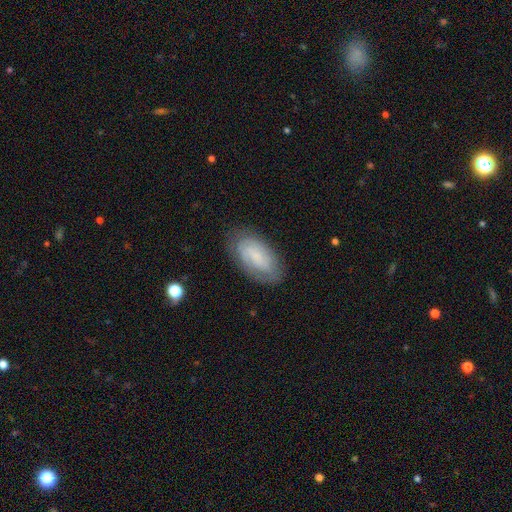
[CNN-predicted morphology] Smooth or featured: featured or disk — 49% (smooth — 43%)
Merging: none — 75% (minor disturbance — 18%)